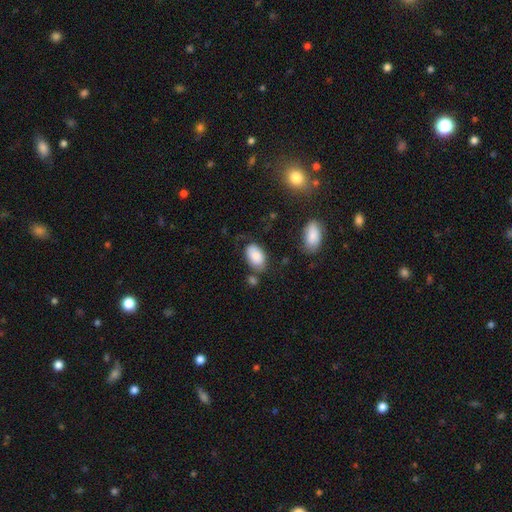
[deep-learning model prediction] Q: Smooth or featured?
A: smooth (81%); runner-up: featured or disk (12%)
Q: How rounded?
A: in between (93%); runner-up: round (6%)
Q: Merging?
A: none (63%); runner-up: minor disturbance (22%)